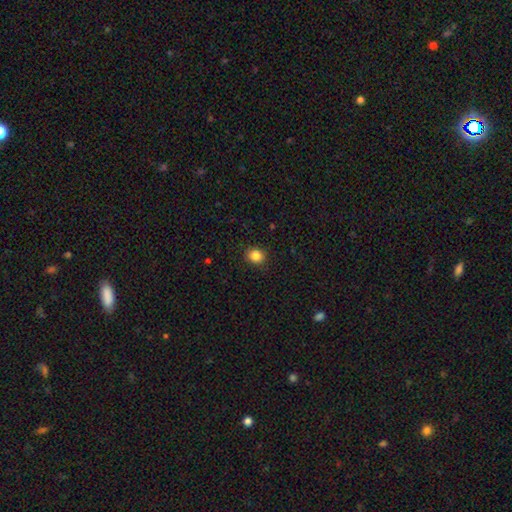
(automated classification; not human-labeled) This appears to be a smooth galaxy with no disk features (85%) that is round (78%). Merging: none (90%).